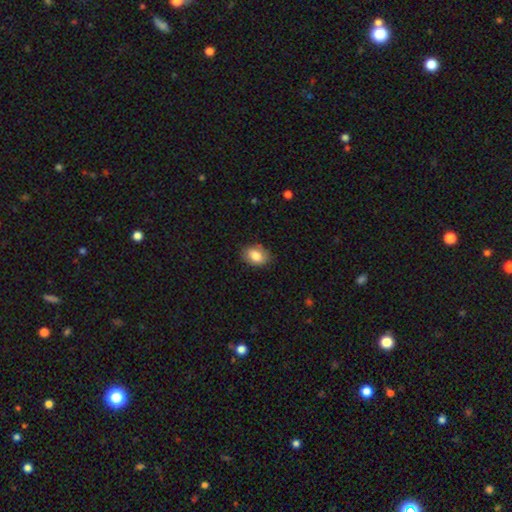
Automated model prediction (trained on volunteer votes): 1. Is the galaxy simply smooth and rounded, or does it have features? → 83% smooth, 9% featured or disk, 8% star or artifact.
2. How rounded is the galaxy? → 78% in between, 21% round, 1% cigar-shaped.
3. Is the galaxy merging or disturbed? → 82% none, 14% minor disturbance, 3% major disturbance, 1% merger.